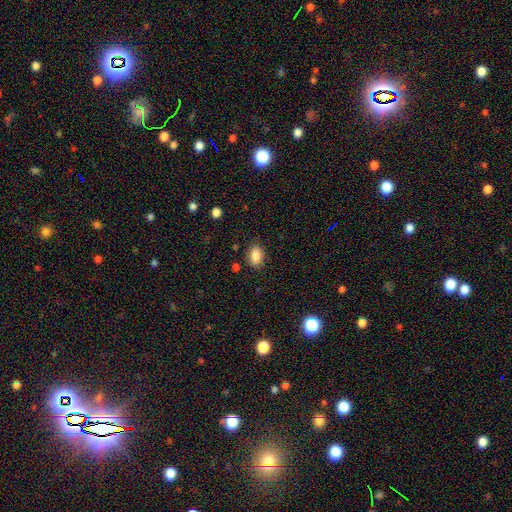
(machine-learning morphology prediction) This appears to be a smooth galaxy with no disk features (86%) that is in between round and cigar-shaped (83%). Merging: none (84%).